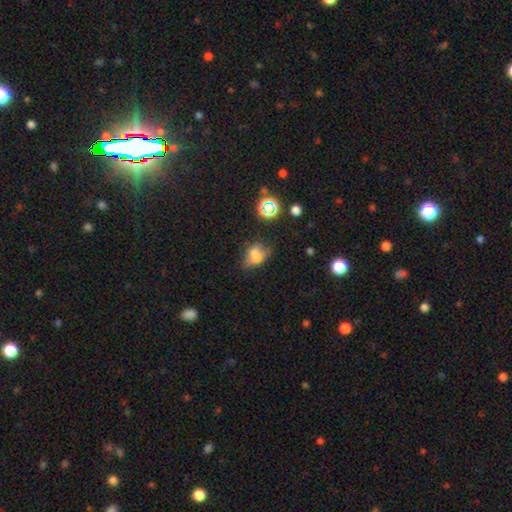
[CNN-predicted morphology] The model was most divided on "merging": none: 38%, minor disturbance: 26%, merger: 20%, major disturbance: 16%. More confident: how rounded — in between (70%); smooth or featured — smooth (57%).